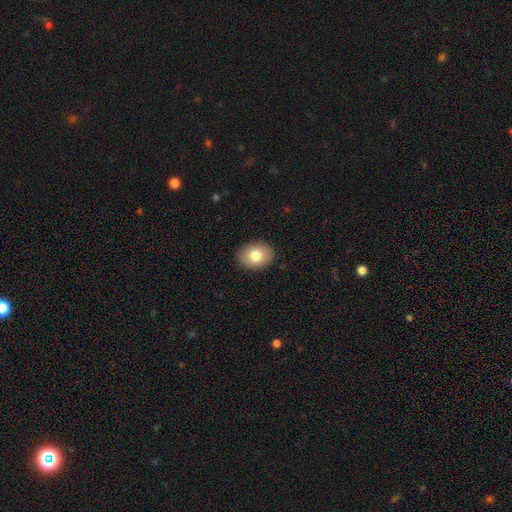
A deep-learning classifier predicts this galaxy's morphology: smooth-or-featured: smooth: 81% | featured or disk: 11% | star or artifact: 8%
  how-rounded: in between: 62% | round: 37% | cigar-shaped: 1%
  merging: none: 89% | minor disturbance: 8% | major disturbance: 2% | merger: 1%